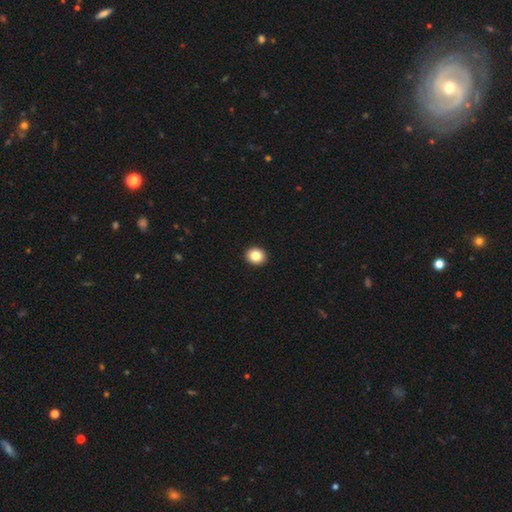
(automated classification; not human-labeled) smooth 84%, star or artifact 10%, featured or disk 6%. Down the decision tree: how rounded — round (74%); merging — none (93%).